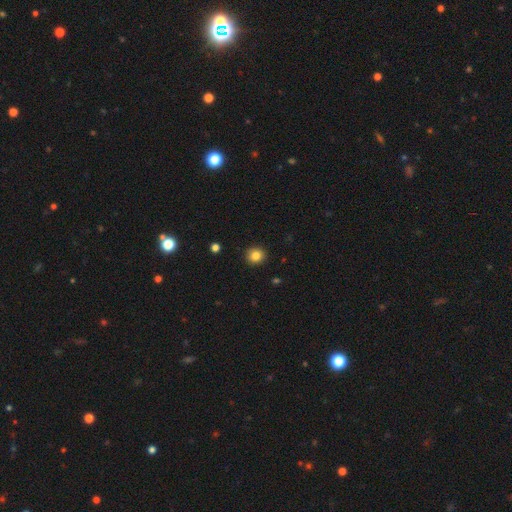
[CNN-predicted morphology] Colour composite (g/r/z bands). It shows a smooth galaxy with no disk features (84%) that is round (88%). Merging: none (91%).